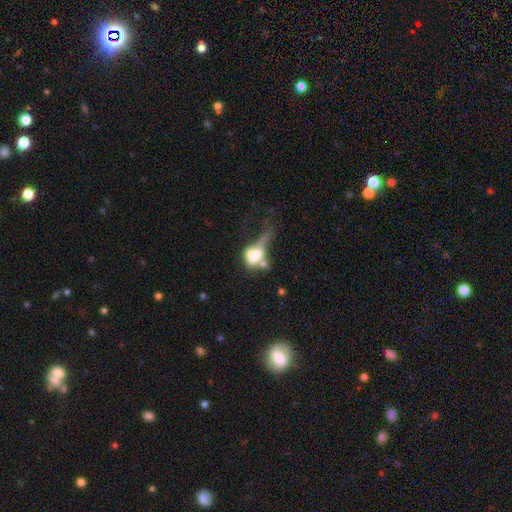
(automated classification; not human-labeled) This appears to be a smooth galaxy with no disk features (53%) that is in between round and cigar-shaped (68%). Merging: major disturbance (39%).